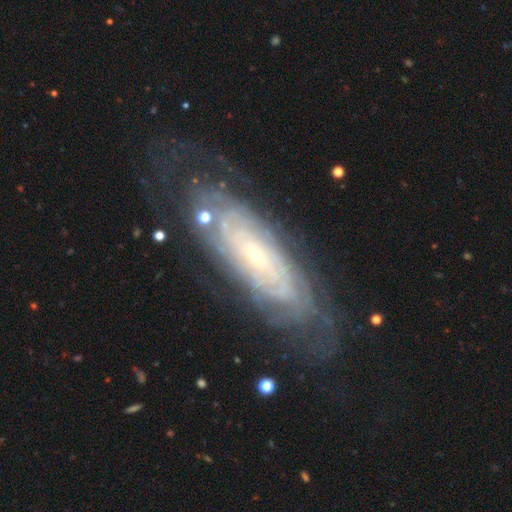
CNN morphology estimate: A featured or disk galaxy (81%) with no bar (67%), tight (79%) spiral arms (93%) and a small central bulge (73%).

Vote fractions:
- Smooth or featured? featured or disk: 81% / smooth: 12% / star or artifact: 7%
- Edge-on disk? no: 86% / yes: 14%
- Bar? no: 67% / weak: 24% / strong: 8%
- Spiral arms? yes: 93% / no: 7%
- Spiral winding? tight: 79% / medium: 17% / loose: 4%
- Spiral arm count? can't tell: 56% / more than 4: 11% / 2: 11% / 4: 10% / 3: 7% / 1: 4%
- Bulge size? small: 73% / moderate: 21% / none: 3% / large: 2% / dominant: 1%
- Merging? none: 72% / minor disturbance: 18% / major disturbance: 8% / merger: 2%